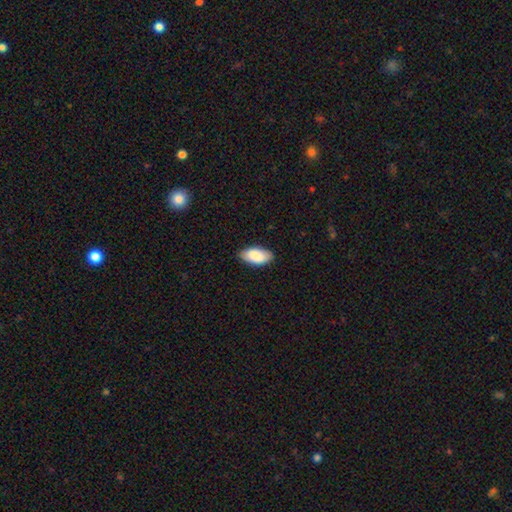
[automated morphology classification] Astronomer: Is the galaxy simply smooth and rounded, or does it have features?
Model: smooth — 87%.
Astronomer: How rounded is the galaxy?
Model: in between — 93%.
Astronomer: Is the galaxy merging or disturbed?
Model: none — 85%.